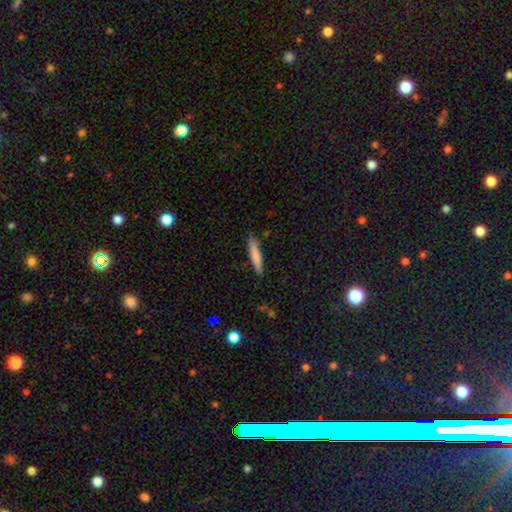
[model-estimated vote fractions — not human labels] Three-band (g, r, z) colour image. It shows a smooth galaxy with no disk features (80%) that is cigar-shaped (89%). Merging: none (83%).